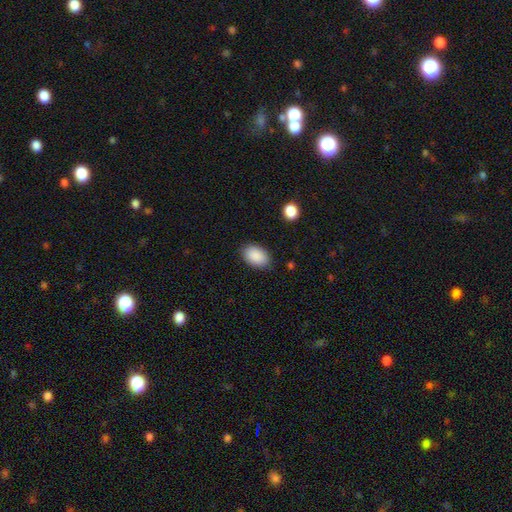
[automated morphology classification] Smooth or featured? smooth (90%)
How rounded? in between (90%)
Merging? none (86%)